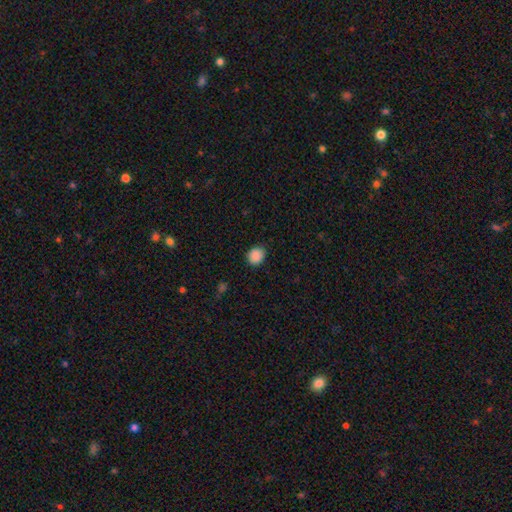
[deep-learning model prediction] A smooth galaxy with no disk features (89%) that is round (59%).

Vote fractions:
- Smooth or featured? smooth: 89% / star or artifact: 9% / featured or disk: 3%
- How rounded? round: 59% / in between: 40% / cigar-shaped: 1%
- Merging? none: 85% / minor disturbance: 11% / major disturbance: 2% / merger: 1%